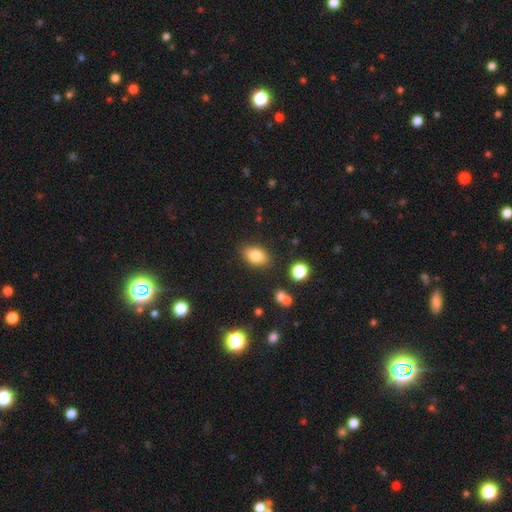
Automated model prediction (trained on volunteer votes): smooth-or-featured: smooth: 83% | star or artifact: 9% | featured or disk: 9%
  how-rounded: in between: 86% | round: 12% | cigar-shaped: 2%
  merging: none: 83% | minor disturbance: 11% | major disturbance: 3% | merger: 3%